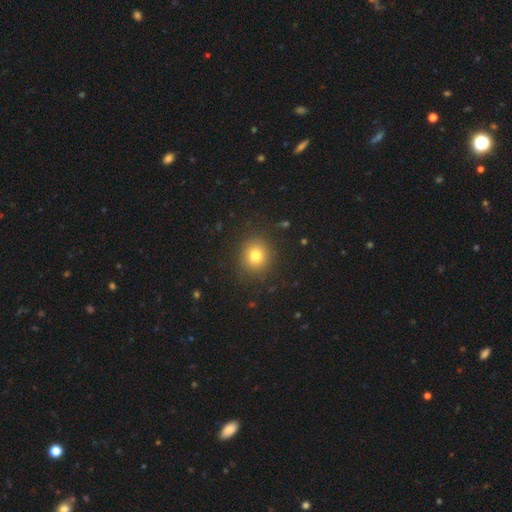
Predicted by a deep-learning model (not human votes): Overall: smooth (79%). How rounded: round (81%). Merging: none (88%).